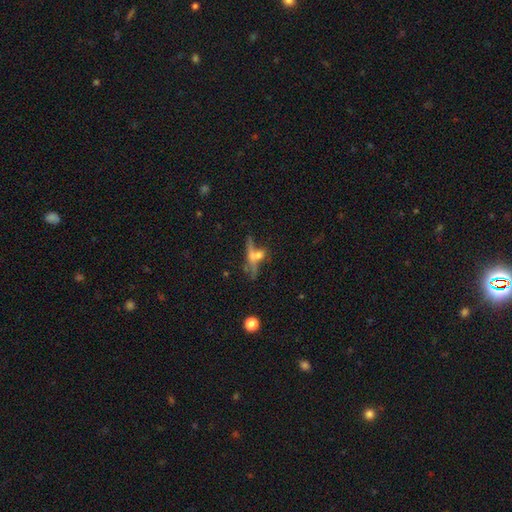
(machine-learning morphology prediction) This appears to be a featured or disk galaxy (43%). Merging: none (40%).